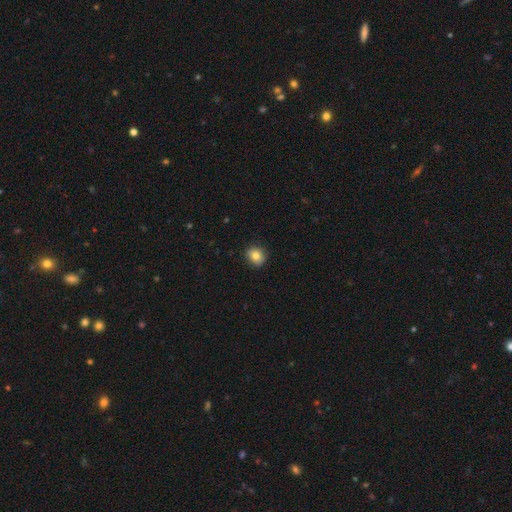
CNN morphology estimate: This appears to be a smooth galaxy with no disk features (81%) that is round (72%). Merging: none (88%).